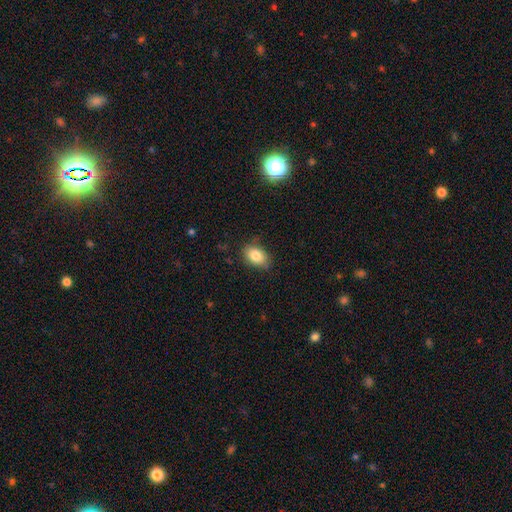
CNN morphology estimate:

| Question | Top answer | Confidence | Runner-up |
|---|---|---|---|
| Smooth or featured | smooth | 83% | featured or disk (9%) |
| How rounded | in between | 83% | round (15%) |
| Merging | none | 78% | minor disturbance (17%) |